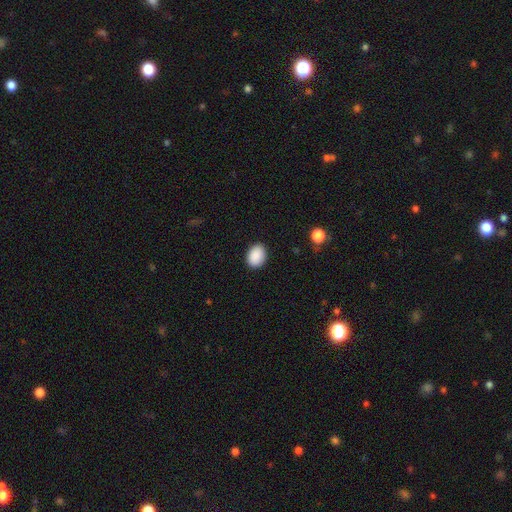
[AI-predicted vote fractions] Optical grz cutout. It shows a smooth galaxy with no disk features (90%) that is in between round and cigar-shaped (73%). Merging: none (88%).